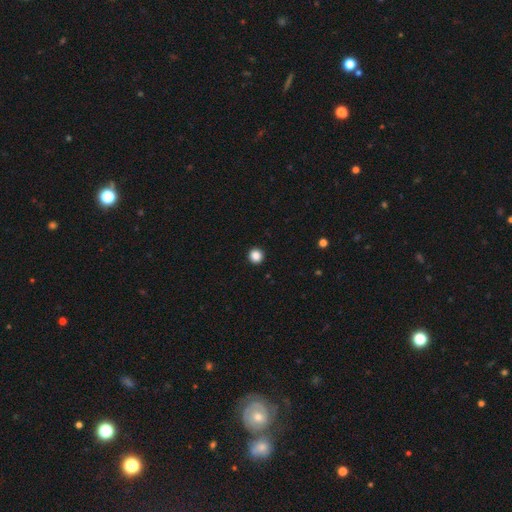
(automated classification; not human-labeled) Smooth or featured: smooth — 87% (star or artifact — 11%)
How rounded: round — 95% (in between — 4%)
Merging: none — 94% (minor disturbance — 4%)